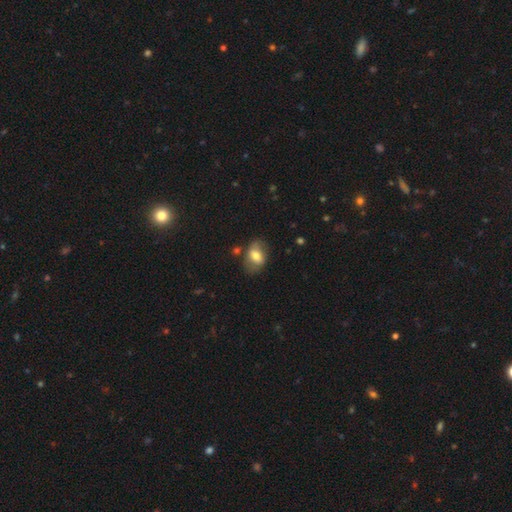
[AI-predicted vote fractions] Overall: smooth (65%; featured or disk 27%). How rounded: in between (80%). Merging: none (64%).